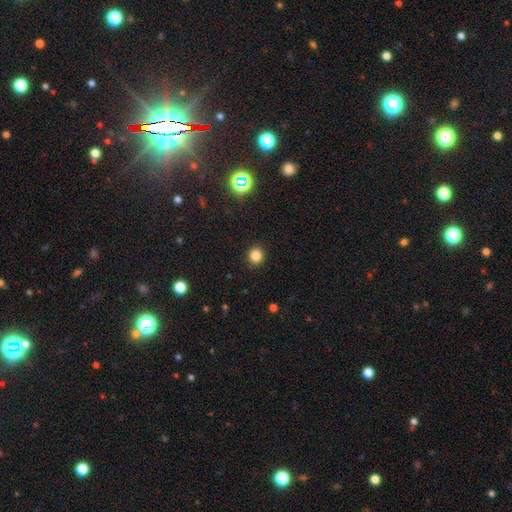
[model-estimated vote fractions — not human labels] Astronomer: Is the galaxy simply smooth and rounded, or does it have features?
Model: smooth — 82%.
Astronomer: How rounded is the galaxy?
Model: round — 88%.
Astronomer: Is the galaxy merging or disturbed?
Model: none — 92%.